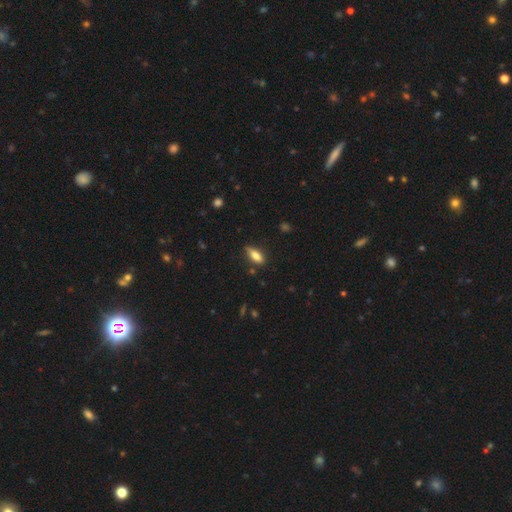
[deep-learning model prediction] Smooth or featured? Predicted: smooth (p=0.77). How rounded? Predicted: in between (p=0.69). Merging? Predicted: none (p=0.72).